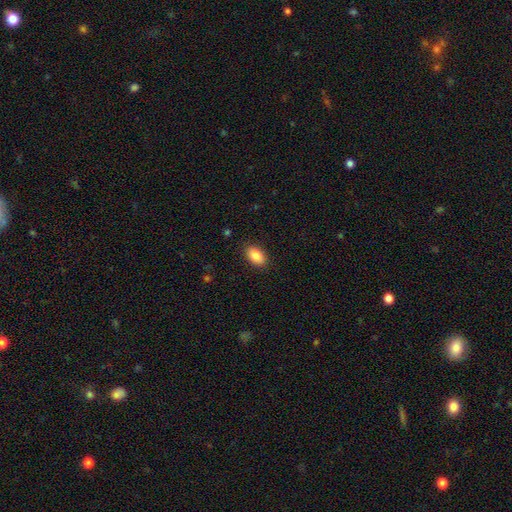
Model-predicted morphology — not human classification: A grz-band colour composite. It shows a smooth galaxy with no disk features (88%) that is in between round and cigar-shaped (91%). Merging: none (88%).